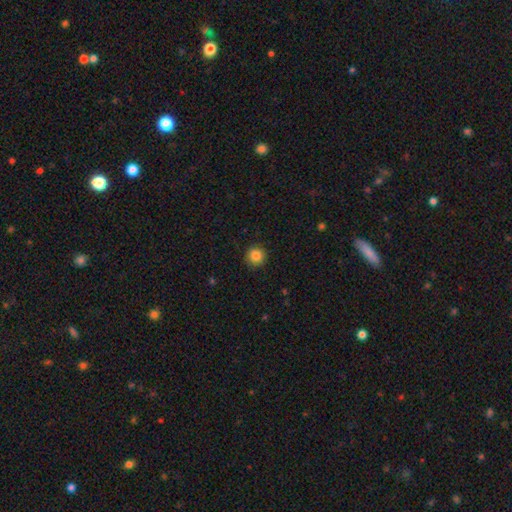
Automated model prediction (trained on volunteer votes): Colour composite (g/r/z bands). It shows a smooth galaxy with no disk features (86%) that is round (94%). Merging: none (90%).